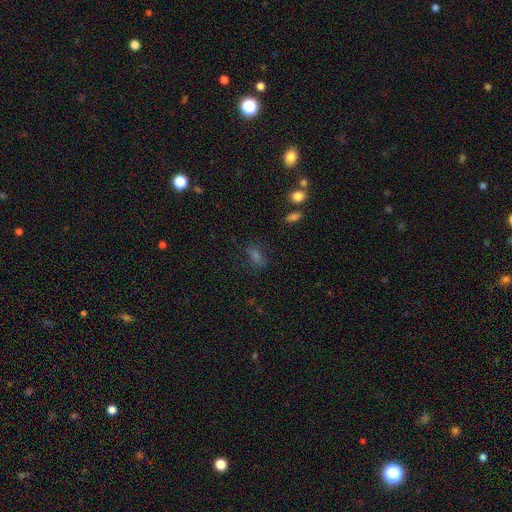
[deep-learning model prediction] Smooth or featured? Predicted: smooth (p=0.53). How rounded? Predicted: in between (p=0.72). Merging? Predicted: none (p=0.72).